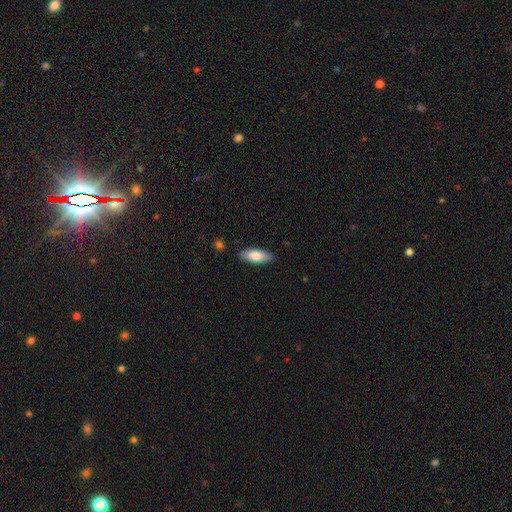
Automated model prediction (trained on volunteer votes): Overall: smooth (80%). How rounded: in between (76%). Merging: none (87%).